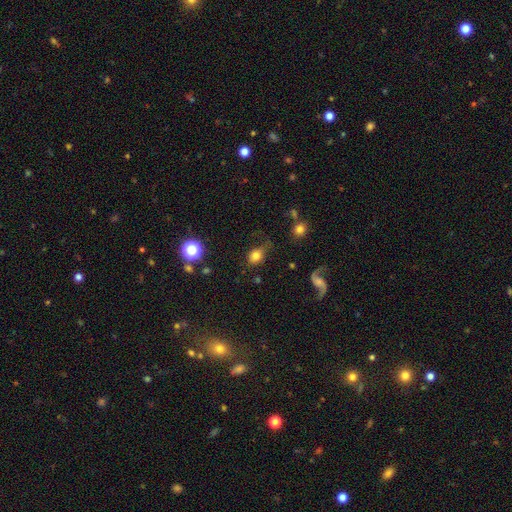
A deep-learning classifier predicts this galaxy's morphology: Smooth or featured? Predicted: smooth (p=0.74). How rounded? Predicted: round (p=0.50). Merging? Predicted: none (p=0.58).